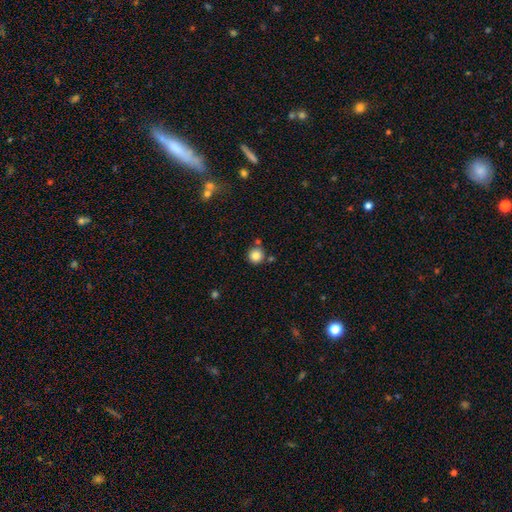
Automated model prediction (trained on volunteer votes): Smooth or featured?
  - smooth: 83% *
  - star or artifact: 11%
  - featured or disk: 6%
How rounded?
  - round: 94% *
  - in between: 5%
  - cigar-shaped: 1%
Merging?
  - none: 78% *
  - merger: 10%
  - minor disturbance: 9%
  - major disturbance: 3%